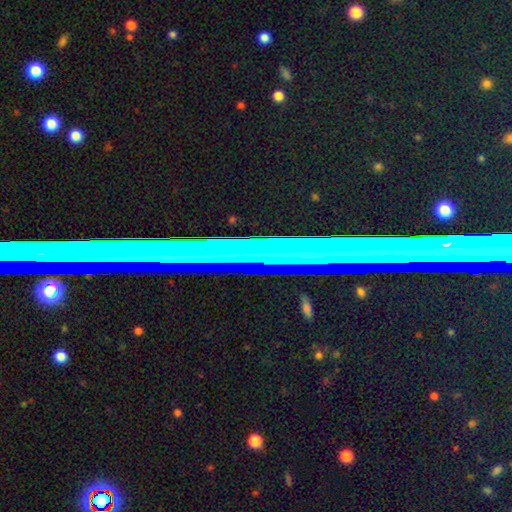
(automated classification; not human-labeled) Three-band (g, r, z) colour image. It shows a star or artifact, not a galaxy (70%).